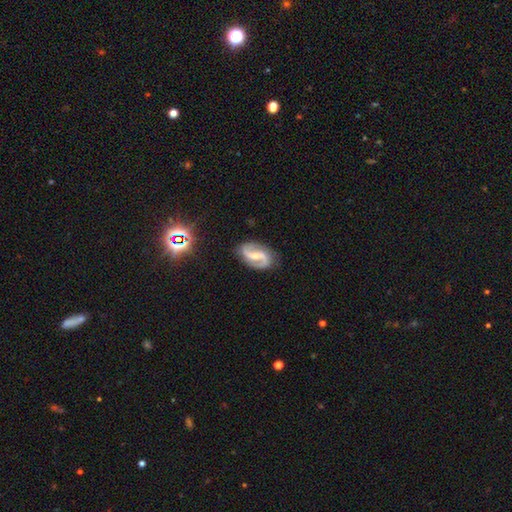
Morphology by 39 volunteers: A featured or disk galaxy (92%) with a weak bar (53%), 2 (100%) medium (51%) spiral arms (97%) and a small central bulge (50%).

Vote fractions:
- Smooth or featured? featured or disk: 92% / star or artifact: 8% / smooth: 0%
- Edge-on disk? no: 100% / yes: 0%
- Bar? weak: 53% / no: 33% / strong: 14%
- Spiral arms? yes: 97% / no: 3%
- Spiral winding? medium: 51% / loose: 40% / tight: 9%
- Spiral arm count? 2: 100% / 1: 0% / 3: 0% / 4: 0% / more than 4: 0% / can't tell: 0%
- Bulge size? small: 50% / moderate: 36% / large: 11% / none: 3% / dominant: 0%
- Merging? none: 94% / minor disturbance: 3% / major disturbance: 3% / merger: 0%